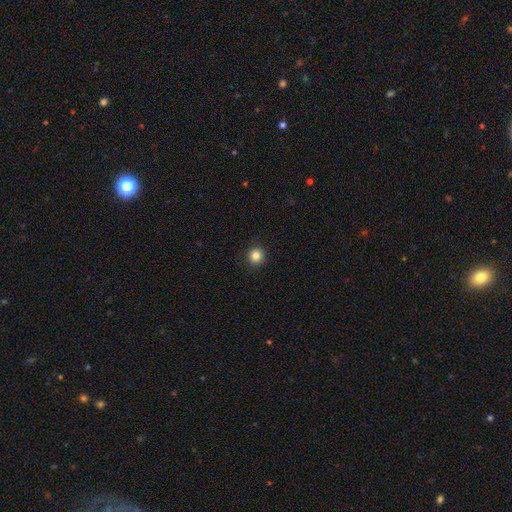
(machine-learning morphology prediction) smooth 85%, star or artifact 11%, featured or disk 4%. Down the decision tree: how rounded — round (93%); merging — none (93%).